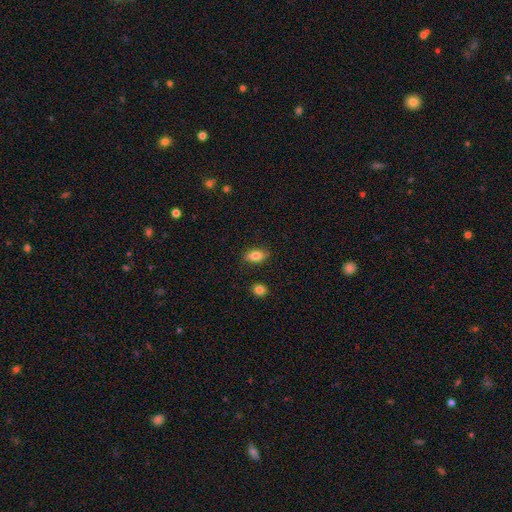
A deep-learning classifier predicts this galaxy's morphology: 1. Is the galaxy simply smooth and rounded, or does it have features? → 81% smooth, 11% featured or disk, 8% star or artifact.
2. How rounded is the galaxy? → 88% in between, 7% round, 5% cigar-shaped.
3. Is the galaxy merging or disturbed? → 85% none, 11% minor disturbance, 2% major disturbance, 2% merger.